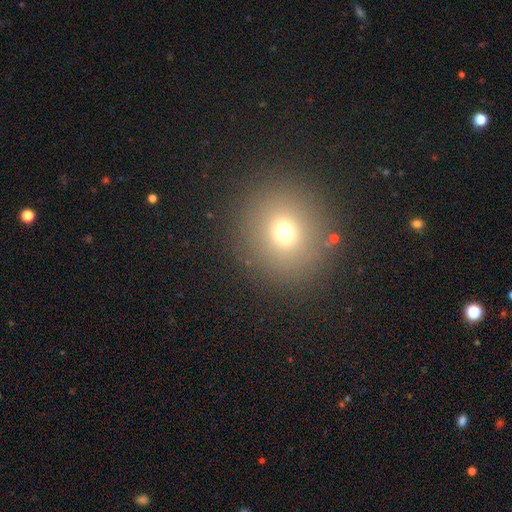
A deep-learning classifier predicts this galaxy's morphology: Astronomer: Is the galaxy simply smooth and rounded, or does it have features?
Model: smooth — 68%.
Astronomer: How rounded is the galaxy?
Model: round — 87%.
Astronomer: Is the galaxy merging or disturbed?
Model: none — 89%.